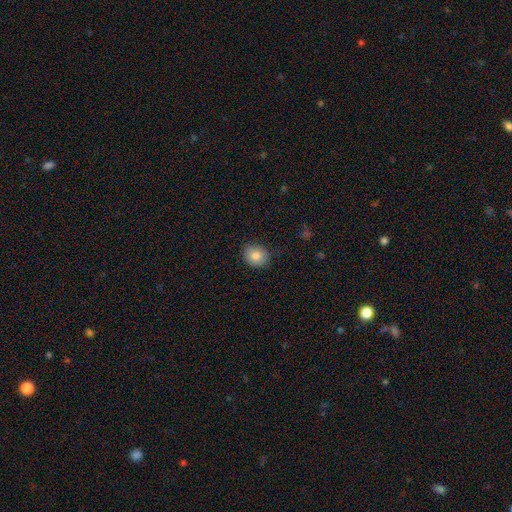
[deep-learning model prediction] A smooth galaxy with no disk features (84%) that is round (65%).

Vote fractions:
- Smooth or featured? smooth: 84% / star or artifact: 9% / featured or disk: 7%
- How rounded? round: 65% / in between: 34% / cigar-shaped: 1%
- Merging? none: 84% / minor disturbance: 13% / major disturbance: 2% / merger: 1%